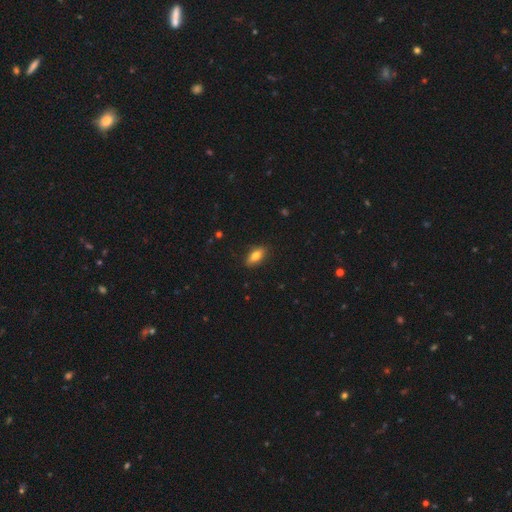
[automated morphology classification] This appears to be a smooth galaxy with no disk features (77%) that is in between round and cigar-shaped (83%). Merging: none (85%).